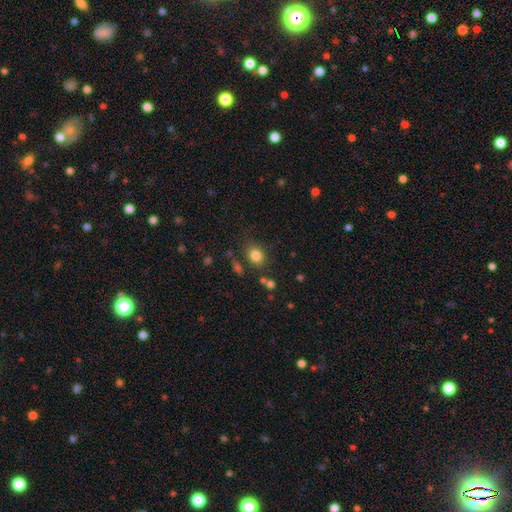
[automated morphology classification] Smooth or featured?
  - smooth: 81% *
  - star or artifact: 12%
  - featured or disk: 7%
How rounded?
  - round: 57% *
  - in between: 42%
  - cigar-shaped: 1%
Merging?
  - none: 75% *
  - minor disturbance: 14%
  - merger: 6%
  - major disturbance: 5%